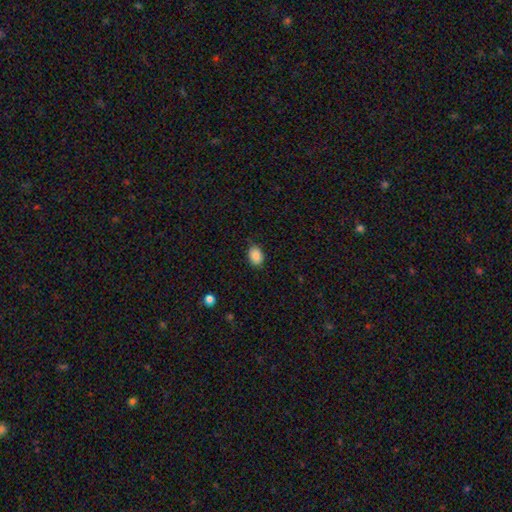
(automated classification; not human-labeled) This appears to be a smooth galaxy with no disk features (87%) that is in between round and cigar-shaped (71%). Merging: none (82%).